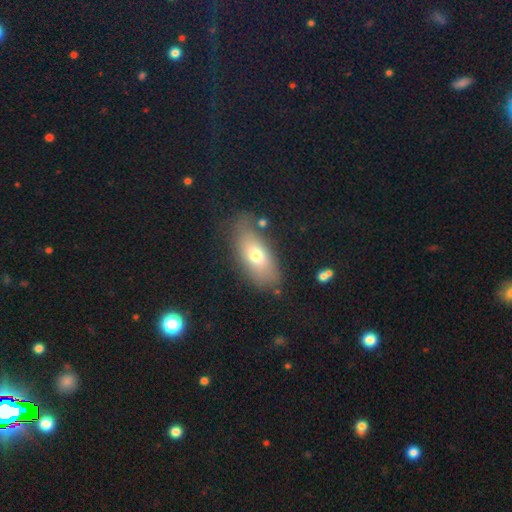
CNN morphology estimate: This is likely a smooth galaxy (69%). How rounded: clearly in between (84%). Merging: likely none (71%).